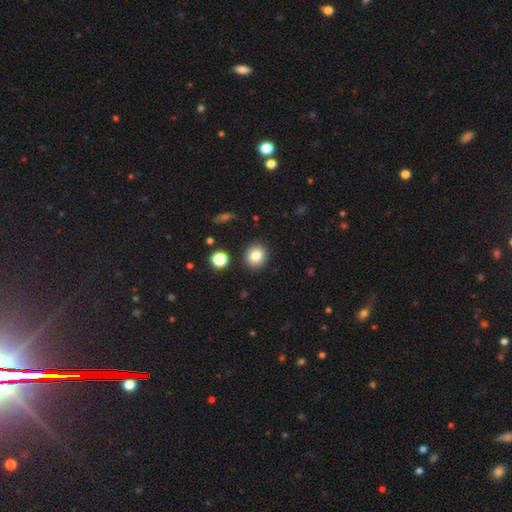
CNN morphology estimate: A smooth galaxy with no disk features (83%) that is round (82%).

Vote fractions:
- Smooth or featured? smooth: 83% / star or artifact: 10% / featured or disk: 7%
- How rounded? round: 82% / in between: 17% / cigar-shaped: 1%
- Merging? none: 89% / minor disturbance: 6% / merger: 2% / major disturbance: 2%